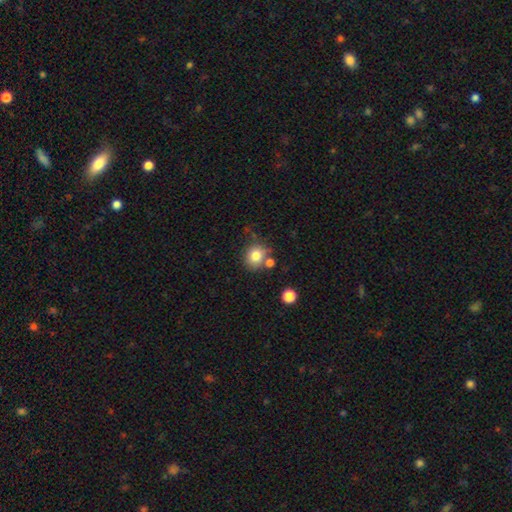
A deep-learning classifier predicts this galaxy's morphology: This is likely a smooth galaxy (79%). How rounded: likely round (79%). Merging: likely none (67%).